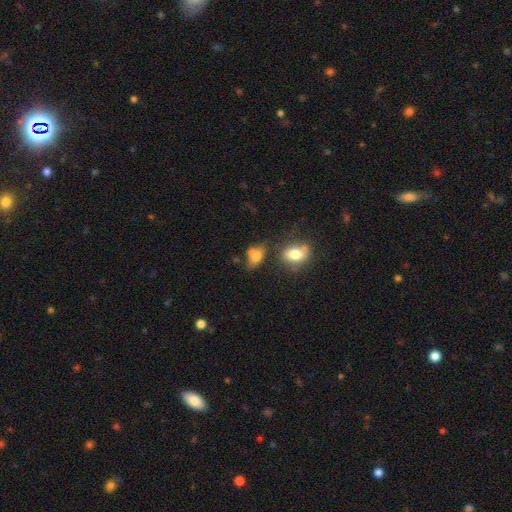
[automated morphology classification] Smooth or featured? smooth (71%)
How rounded? in between (76%)
Merging? none (42%)